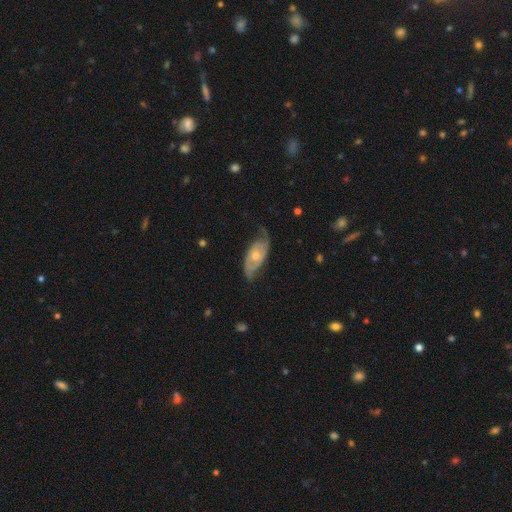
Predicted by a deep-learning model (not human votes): smooth-or-featured: featured or disk: 74% | smooth: 21% | star or artifact: 5%
  disk-edge-on: no: 90% | yes: 10%
    bar: no: 73% | weak: 22% | strong: 4%
    has-spiral-arms: yes: 85% | no: 15%
      spiral-winding: medium: 37% | tight: 36% | loose: 27%
      spiral-arm-count: 2: 73% | can't tell: 15% | 1: 7% | 3: 2% | 4: 1% | more than 4: 1%
    bulge-size: moderate: 69% | small: 23% | large: 6% | none: 2% | dominant: 1%
  merging: none: 56% | minor disturbance: 28% | major disturbance: 14% | merger: 2%